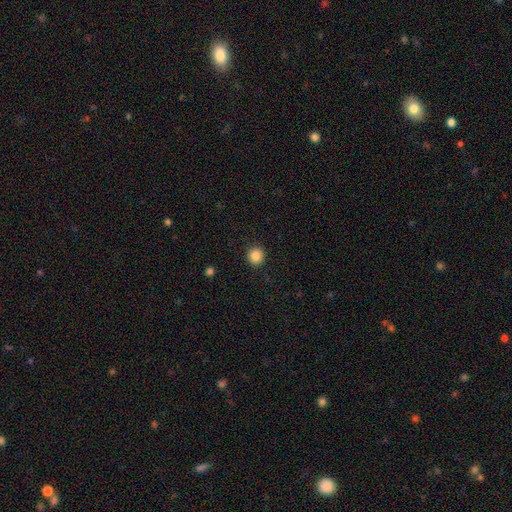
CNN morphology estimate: A smooth galaxy with no disk features (86%) that is round (92%).

Vote fractions:
- Smooth or featured? smooth: 86% / star or artifact: 10% / featured or disk: 4%
- How rounded? round: 92% / in between: 7% / cigar-shaped: 1%
- Merging? none: 92% / minor disturbance: 5% / major disturbance: 2% / merger: 1%